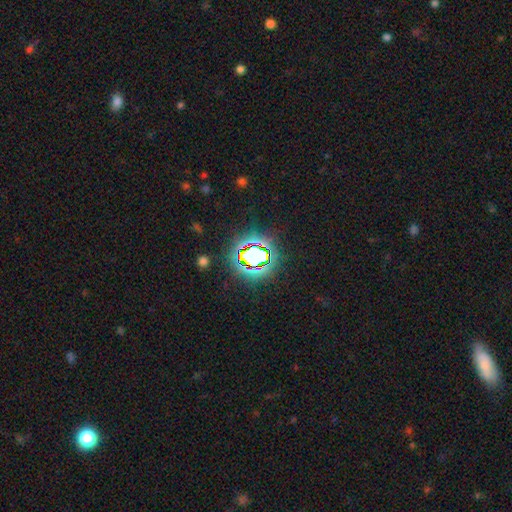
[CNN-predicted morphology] The model was most divided on "smooth or featured": star or artifact: 71%, smooth: 19%, featured or disk: 10%.